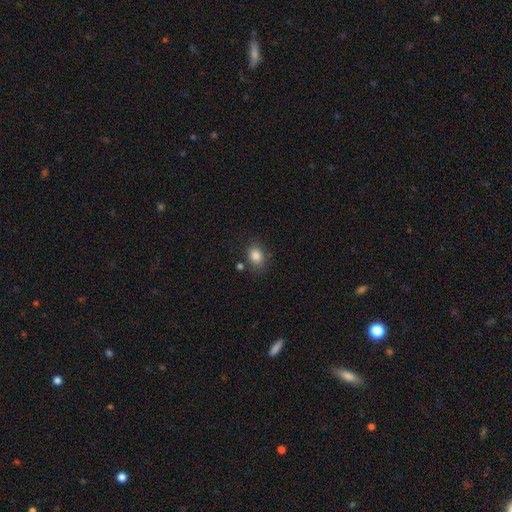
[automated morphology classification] smooth 85%, star or artifact 10%, featured or disk 6%. Down the decision tree: how rounded — in between (62%); merging — none (77%).